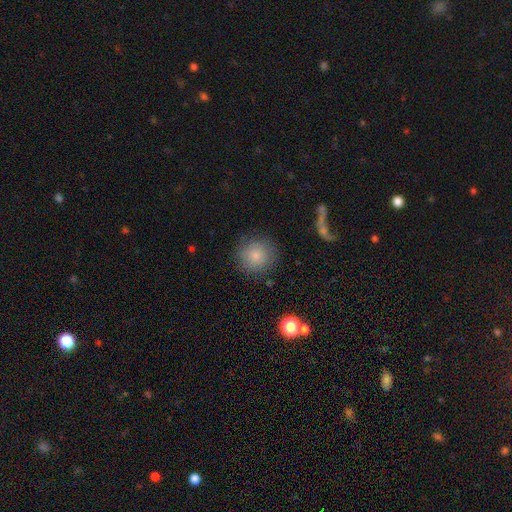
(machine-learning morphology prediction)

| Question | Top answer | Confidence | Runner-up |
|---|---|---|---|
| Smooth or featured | smooth | 82% | featured or disk (9%) |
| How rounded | round | 94% | in between (5%) |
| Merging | none | 85% | minor disturbance (10%) |